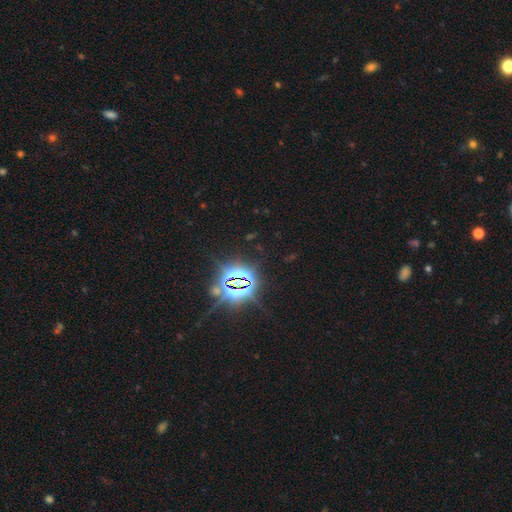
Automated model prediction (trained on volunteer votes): The model was most divided on "smooth or featured": star or artifact: 84%, smooth: 9%, featured or disk: 7%.